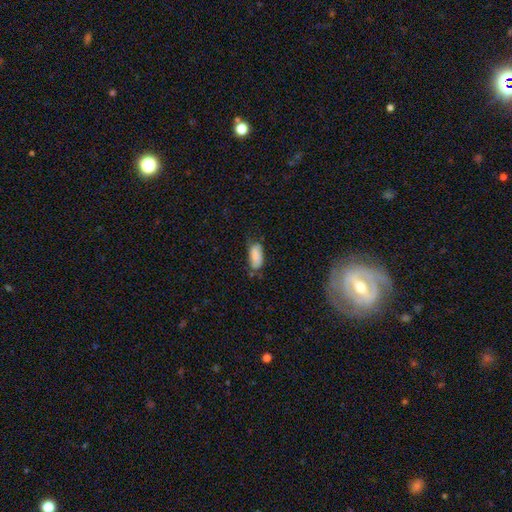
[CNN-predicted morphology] This appears to be a smooth galaxy with no disk features (85%) that is in between round and cigar-shaped (89%). Merging: none (57%).